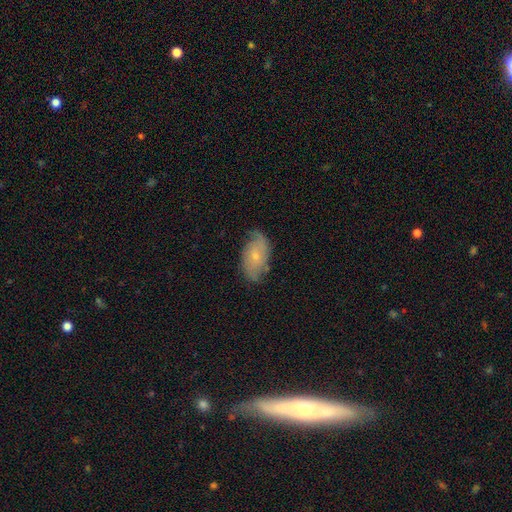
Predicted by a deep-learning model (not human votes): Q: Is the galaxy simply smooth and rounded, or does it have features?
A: featured or disk — 58%.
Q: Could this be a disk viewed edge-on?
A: no — 94%.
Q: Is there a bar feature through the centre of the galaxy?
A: no — 75%.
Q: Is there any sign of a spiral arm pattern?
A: yes — 83%.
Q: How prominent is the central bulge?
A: small — 68%.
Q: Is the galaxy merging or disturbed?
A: none — 69%.